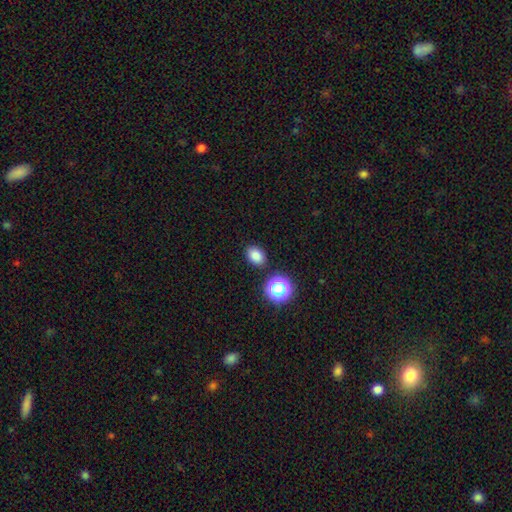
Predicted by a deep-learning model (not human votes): Smooth or featured? Predicted: smooth (p=0.81). How rounded? Predicted: in between (p=0.69). Merging? Predicted: none (p=0.85).